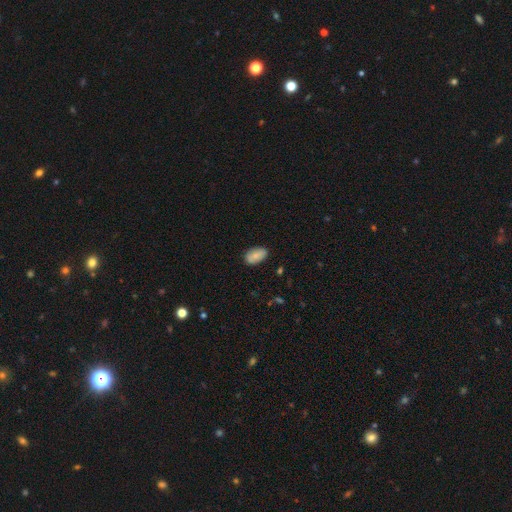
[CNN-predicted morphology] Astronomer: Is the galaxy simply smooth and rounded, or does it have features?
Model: smooth — 79%.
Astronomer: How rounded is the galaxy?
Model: in between — 93%.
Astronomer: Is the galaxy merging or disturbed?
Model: none — 80%.